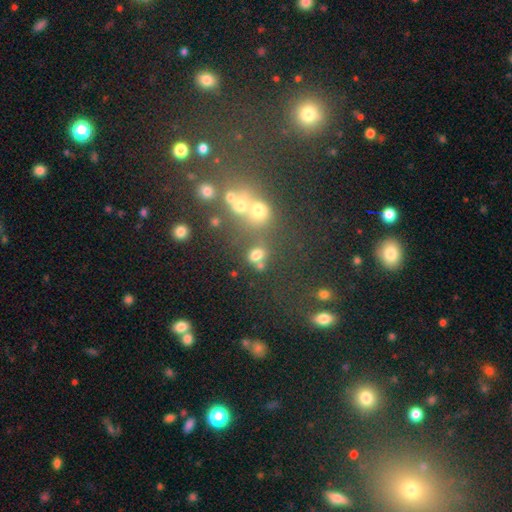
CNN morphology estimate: smooth 69%, star or artifact 20%, featured or disk 11%. Down the decision tree: how rounded — round (53%); merging — none (52%).